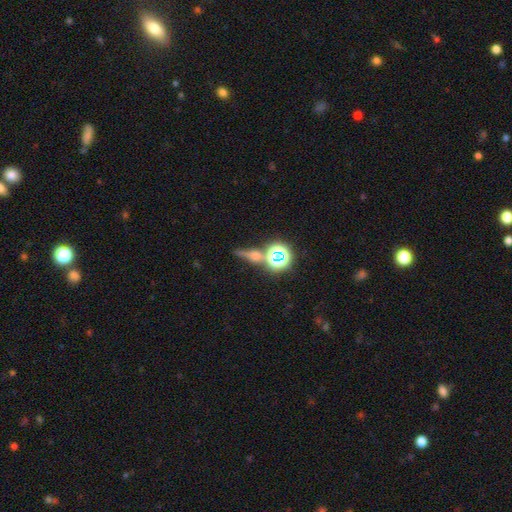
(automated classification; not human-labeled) star or artifact 44%, smooth 30%, featured or disk 26%.